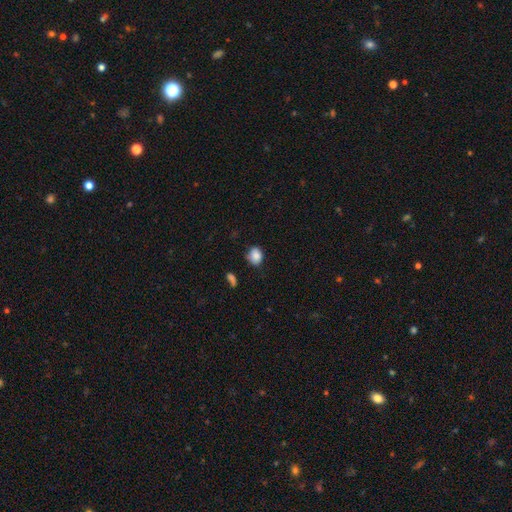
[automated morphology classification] type=smooth (86%); roundness=round (55%); merging=none (71%).